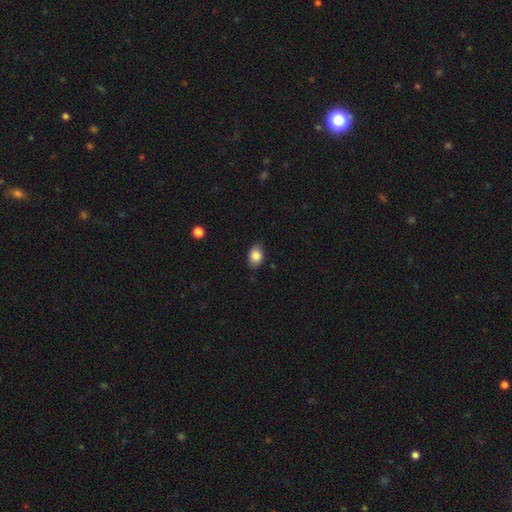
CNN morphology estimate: The model was most divided on "how rounded": in between: 80%, round: 19%, cigar-shaped: 1%. More confident: smooth or featured — smooth (86%); merging — none (83%).